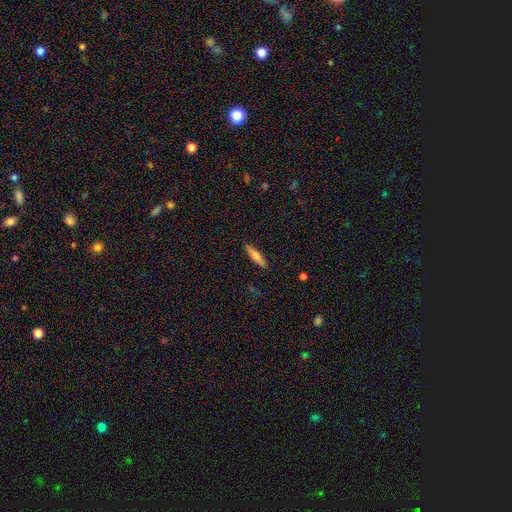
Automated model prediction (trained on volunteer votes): Smooth or featured? smooth (64%)
How rounded? cigar-shaped (85%)
Merging? none (89%)